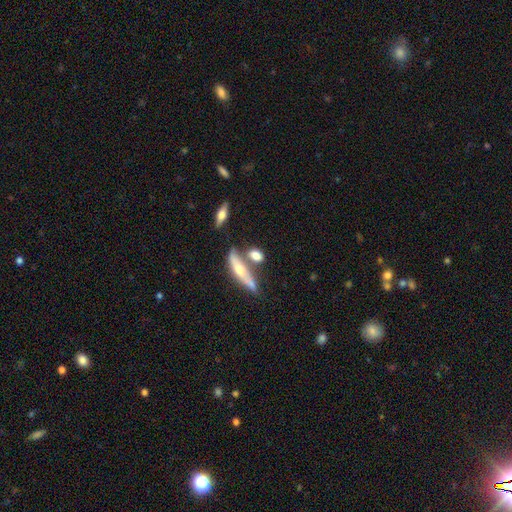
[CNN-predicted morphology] smooth 62%, featured or disk 30%, star or artifact 8%. Down the decision tree: how rounded — in between (59%); merging — none (45%).